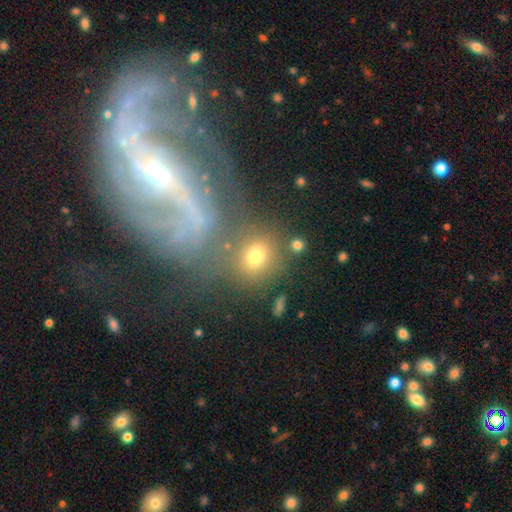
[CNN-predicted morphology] Smooth or featured: smooth — 65% (star or artifact — 18%)
How rounded: round — 69% (in between — 29%)
Merging: none — 65% (merger — 15%)